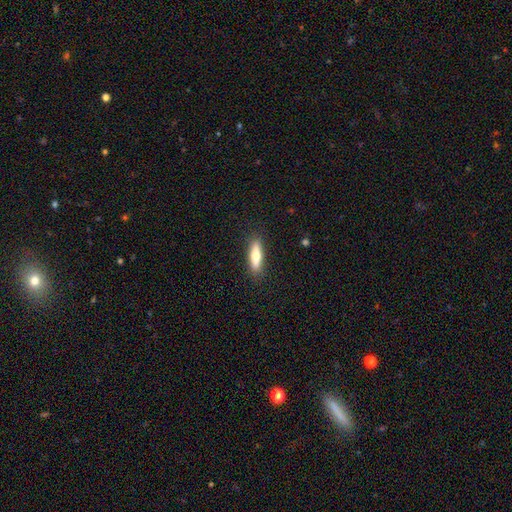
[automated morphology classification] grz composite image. It shows a smooth galaxy with no disk features (64%) that is cigar-shaped (67%). Merging: none (89%).